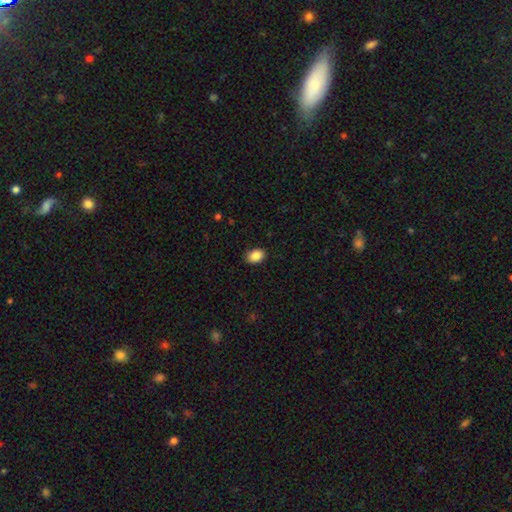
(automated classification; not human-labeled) Smooth or featured: smooth — 88% (star or artifact — 8%)
How rounded: in between — 78% (round — 21%)
Merging: none — 88% (minor disturbance — 9%)